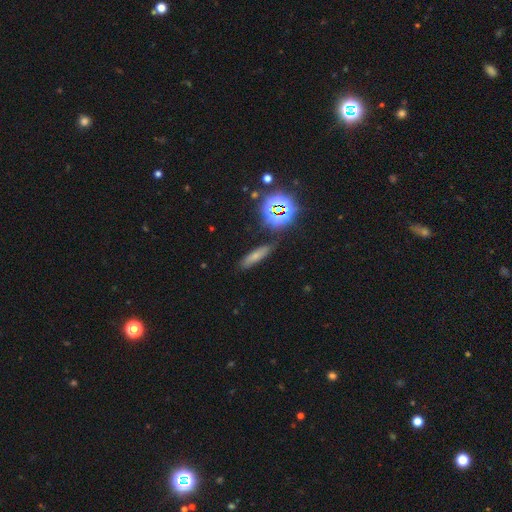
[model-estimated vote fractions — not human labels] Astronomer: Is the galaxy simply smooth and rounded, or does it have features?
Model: smooth — 60%.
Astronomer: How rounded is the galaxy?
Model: cigar-shaped — 70%.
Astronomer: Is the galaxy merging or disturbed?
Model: none — 80%.